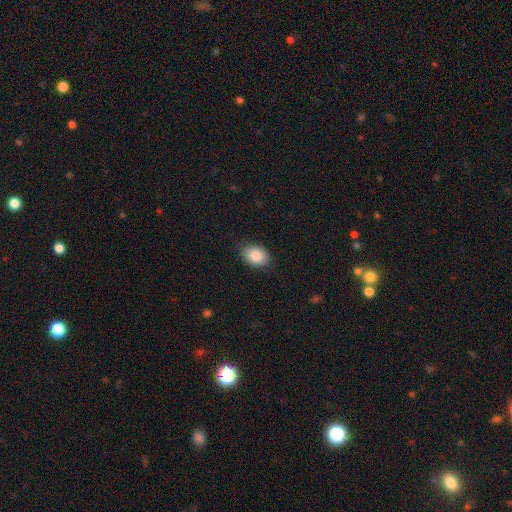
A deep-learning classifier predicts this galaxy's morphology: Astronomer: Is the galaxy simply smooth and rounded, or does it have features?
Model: smooth — 85%.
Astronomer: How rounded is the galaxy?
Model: in between — 82%.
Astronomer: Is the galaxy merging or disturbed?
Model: none — 85%.